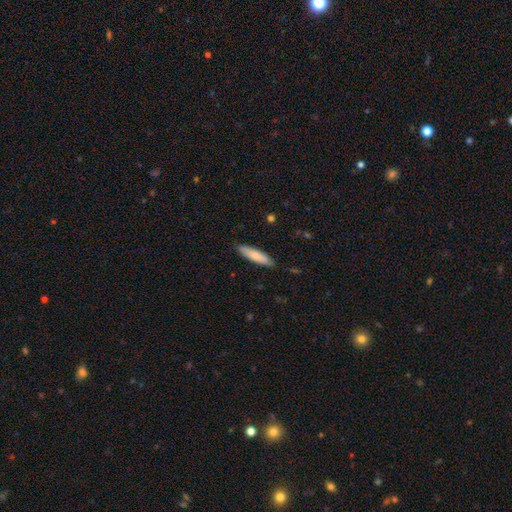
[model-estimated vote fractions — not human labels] A smooth galaxy with no disk features (78%) that is cigar-shaped (69%). Merging: none (85%).